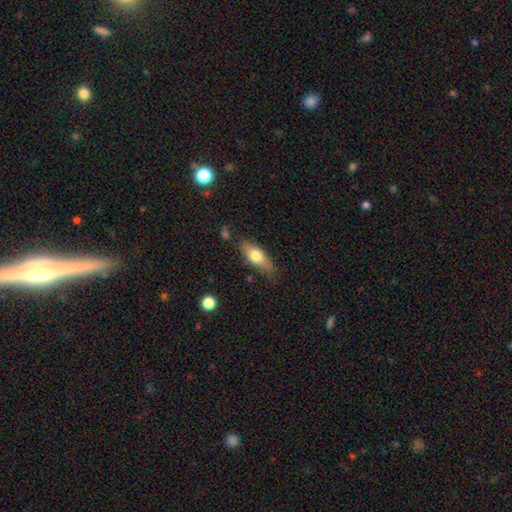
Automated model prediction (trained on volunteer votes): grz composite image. It shows a smooth galaxy with no disk features (65%) that is in between round and cigar-shaped (65%). Merging: none (74%).